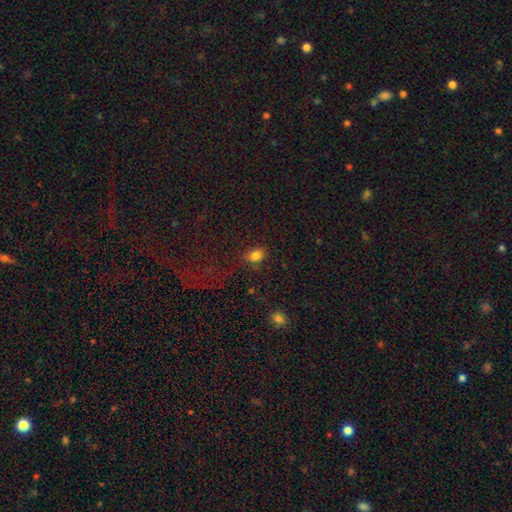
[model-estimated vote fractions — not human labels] This appears to be a smooth galaxy with no disk features (81%) that is in between round and cigar-shaped (57%). Merging: none (78%).